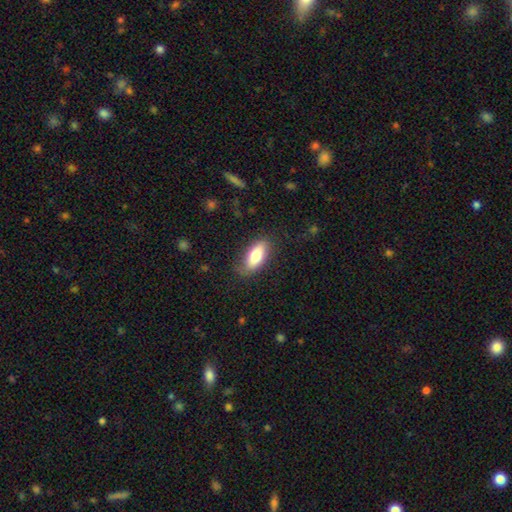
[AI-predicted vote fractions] Smooth or featured?
  - smooth: 78% *
  - featured or disk: 16%
  - star or artifact: 6%
How rounded?
  - in between: 82% *
  - cigar-shaped: 16%
  - round: 3%
Merging?
  - none: 78% *
  - minor disturbance: 16%
  - major disturbance: 4%
  - merger: 1%